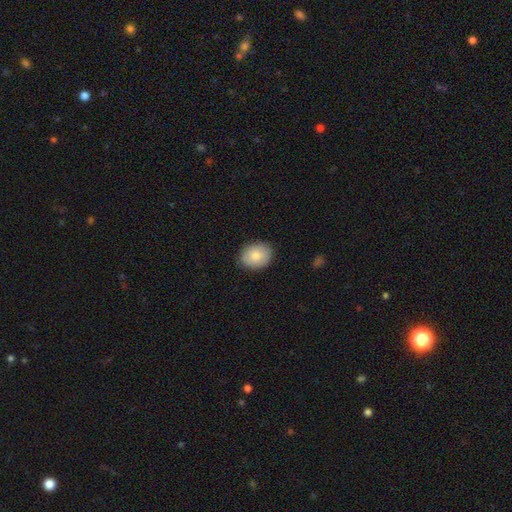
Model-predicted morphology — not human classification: Smooth or featured: smooth — 83% (featured or disk — 10%)
How rounded: in between — 55% (round — 44%)
Merging: none — 87% (minor disturbance — 10%)